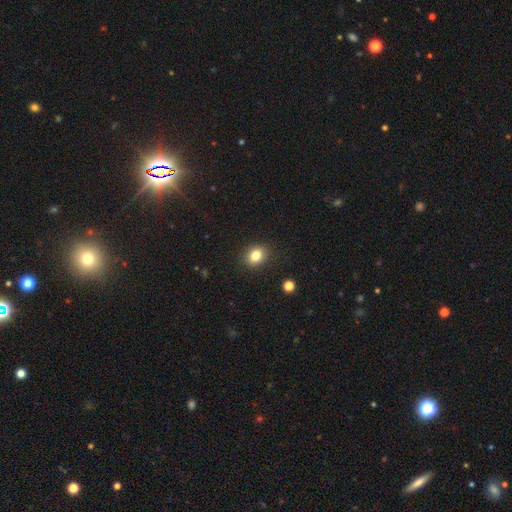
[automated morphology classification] type=smooth (82%); roundness=in between (53%); merging=none (88%).